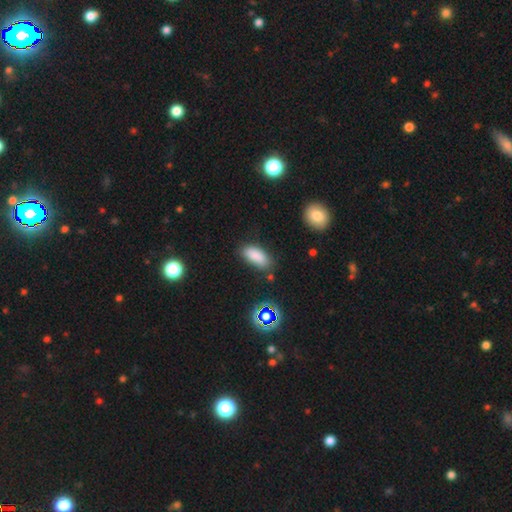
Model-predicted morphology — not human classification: The model was most divided on "merging": none: 76%, minor disturbance: 17%, major disturbance: 4%, merger: 3%. More confident: how rounded — in between (87%); smooth or featured — smooth (85%).